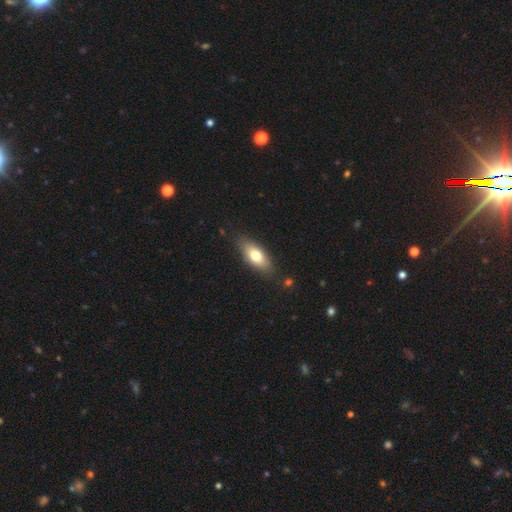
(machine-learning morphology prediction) Smooth or featured? Predicted: smooth (p=0.72). How rounded? Predicted: in between (p=0.80). Merging? Predicted: none (p=0.82).